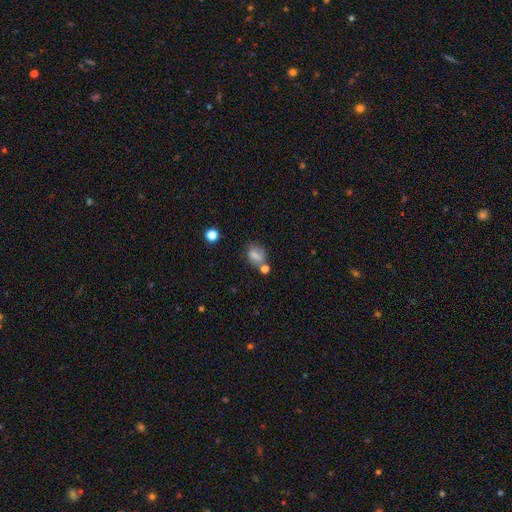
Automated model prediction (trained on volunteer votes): This appears to be a smooth galaxy with no disk features (72%) that is in between round and cigar-shaped (70%). Merging: none (53%).